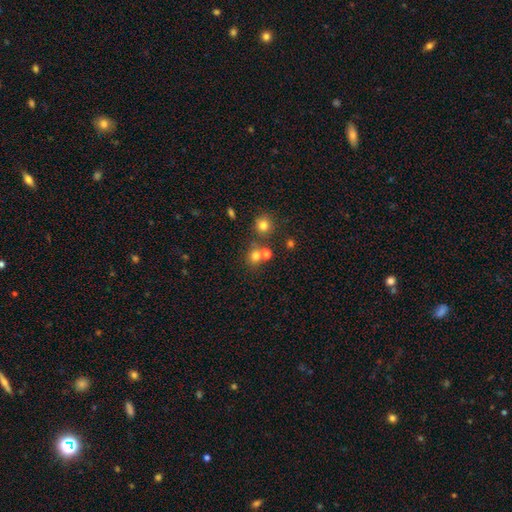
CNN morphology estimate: Smooth or featured?
  - smooth: 72% *
  - star or artifact: 18%
  - featured or disk: 9%
How rounded?
  - round: 76% *
  - in between: 23%
  - cigar-shaped: 1%
Merging?
  - none: 58% *
  - merger: 29%
  - minor disturbance: 9%
  - major disturbance: 4%